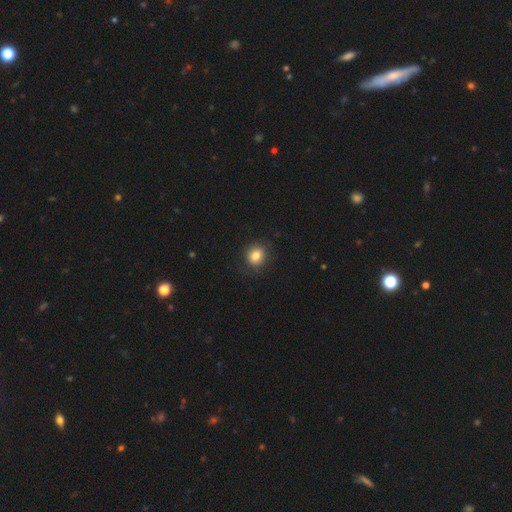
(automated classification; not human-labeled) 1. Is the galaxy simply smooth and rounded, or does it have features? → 81% smooth, 10% star or artifact, 9% featured or disk.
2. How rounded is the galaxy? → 80% round, 19% in between, 1% cigar-shaped.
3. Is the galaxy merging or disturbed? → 83% none, 12% minor disturbance, 4% major disturbance, 1% merger.